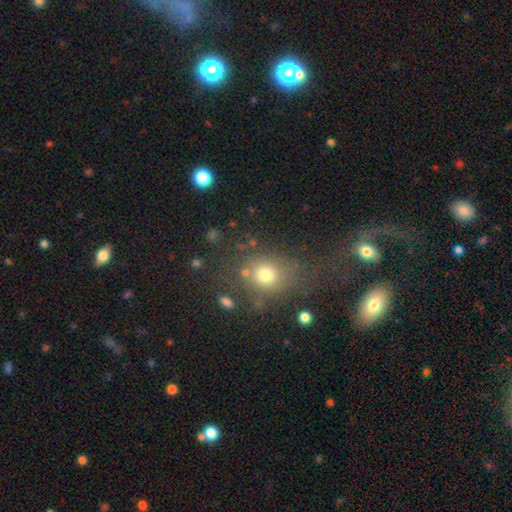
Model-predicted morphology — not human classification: A smooth galaxy with no disk features (54%) that is round (68%).

Vote fractions:
- Smooth or featured? smooth: 54% / star or artifact: 27% / featured or disk: 19%
- How rounded? round: 68% / in between: 30% / cigar-shaped: 2%
- Merging? none: 45% / merger: 28% / major disturbance: 15% / minor disturbance: 13%